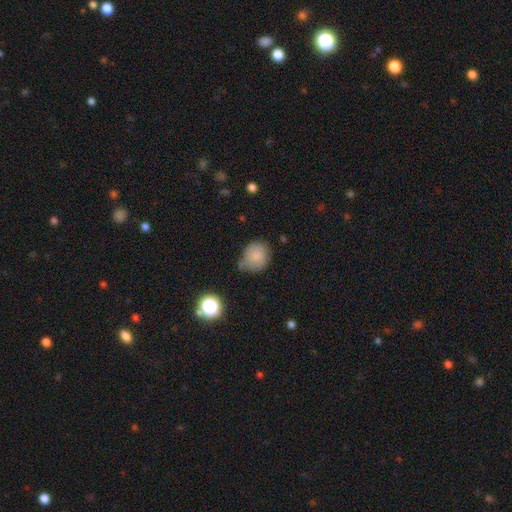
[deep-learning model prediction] Morphology: type=smooth (82%); roundness=round (72%); merging=none (53%).